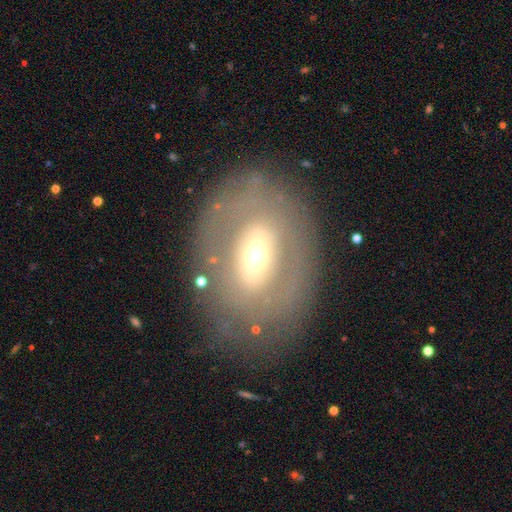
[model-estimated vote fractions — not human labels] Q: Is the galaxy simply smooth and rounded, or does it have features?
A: featured or disk — 57%.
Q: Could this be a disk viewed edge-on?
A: no — 91%.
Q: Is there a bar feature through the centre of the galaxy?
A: no — 44%.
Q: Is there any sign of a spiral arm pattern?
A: no — 74%.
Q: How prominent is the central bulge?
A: moderate — 53%.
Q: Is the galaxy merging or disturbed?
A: none — 77%.